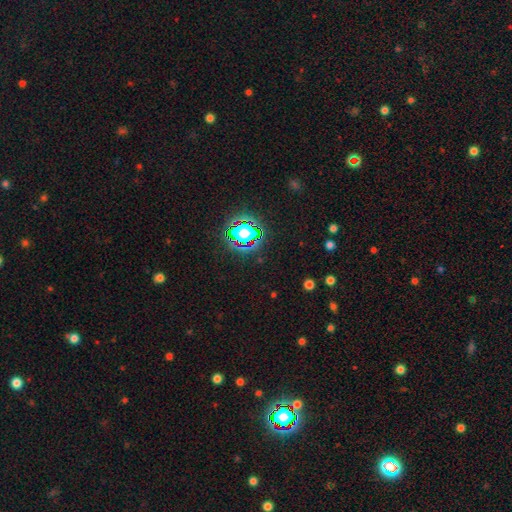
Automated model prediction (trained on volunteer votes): smooth_or_featured: star or artifact (p=0.81) [alt: smooth p=0.11]